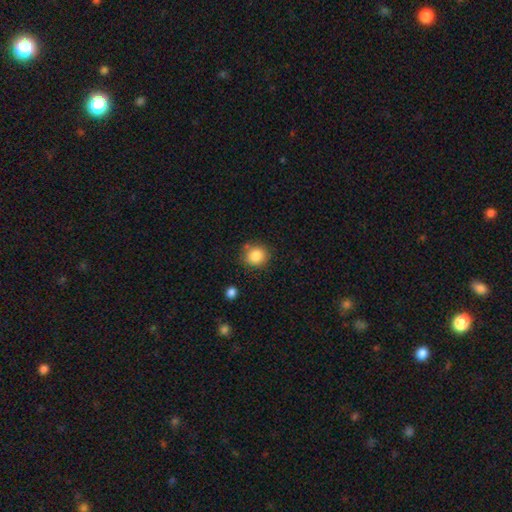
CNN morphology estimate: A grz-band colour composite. It shows a smooth galaxy with no disk features (86%) that is round (82%). Merging: none (79%).